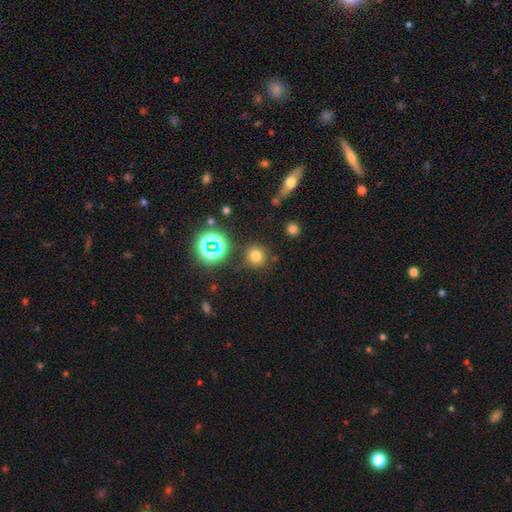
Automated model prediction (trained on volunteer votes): Smooth or featured? Predicted: smooth (p=0.71). How rounded? Predicted: round (p=0.92). Merging? Predicted: none (p=0.84).